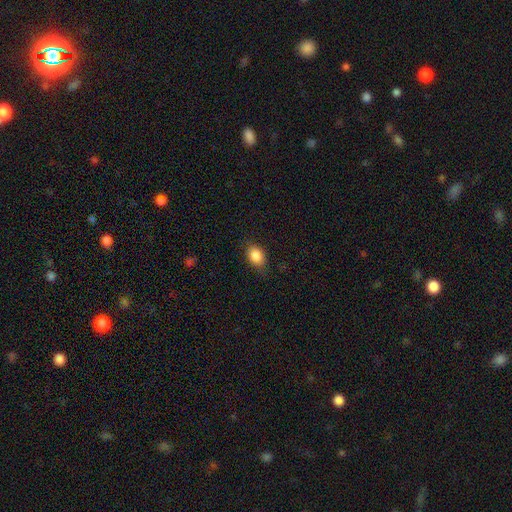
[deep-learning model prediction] Smooth or featured? smooth (86%)
How rounded? in between (72%)
Merging? none (77%)